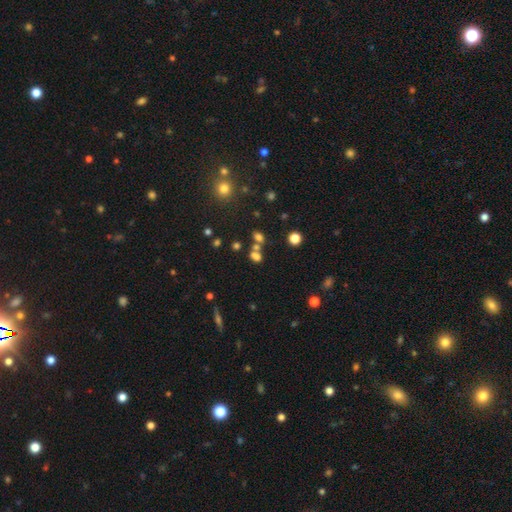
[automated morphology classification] Smooth or featured: smooth — 63% (star or artifact — 26%)
How rounded: in between — 56% (round — 41%)
Merging: none — 48% (merger — 37%)